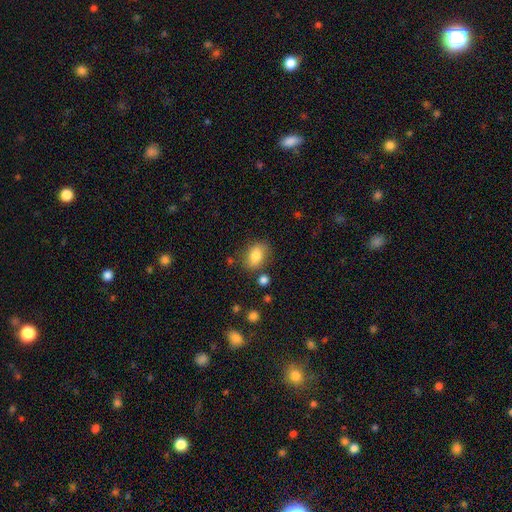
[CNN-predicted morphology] Smooth or featured? Predicted: smooth (p=0.83). How rounded? Predicted: in between (p=0.82). Merging? Predicted: none (p=0.77).